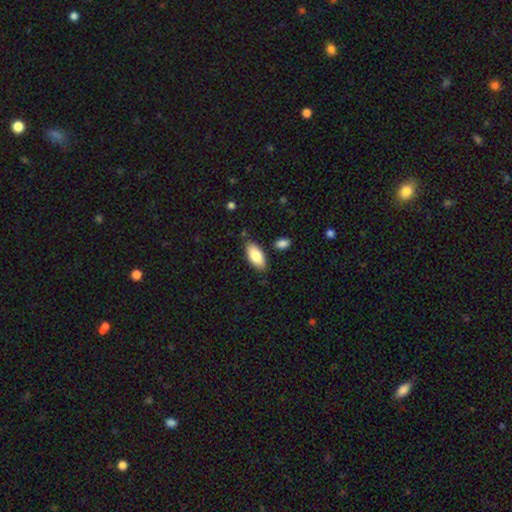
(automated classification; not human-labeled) A smooth galaxy with no disk features (84%) that is in between round and cigar-shaped (91%).

Vote fractions:
- Smooth or featured? smooth: 84% / featured or disk: 10% / star or artifact: 6%
- How rounded? in between: 91% / cigar-shaped: 7% / round: 2%
- Merging? none: 82% / minor disturbance: 12% / merger: 3% / major disturbance: 2%